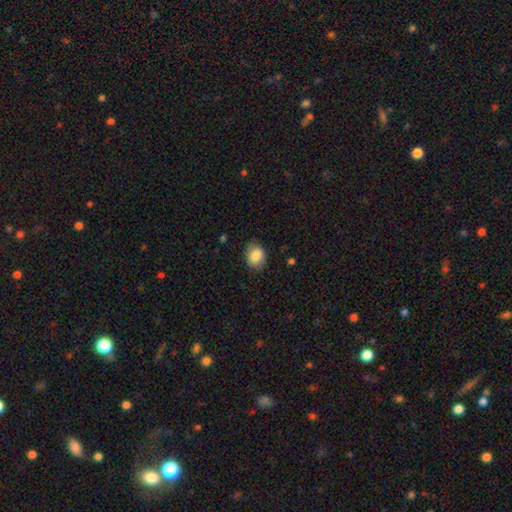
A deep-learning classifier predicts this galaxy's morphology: A smooth galaxy with no disk features (86%) that is in between round and cigar-shaped (55%). Merging: none (77%).